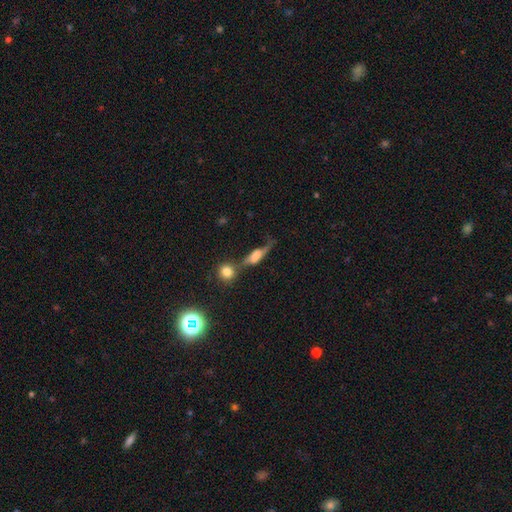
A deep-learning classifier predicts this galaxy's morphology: Smooth or featured: featured or disk — 49% (smooth — 40%)
Merging: none — 40% (merger — 21%)